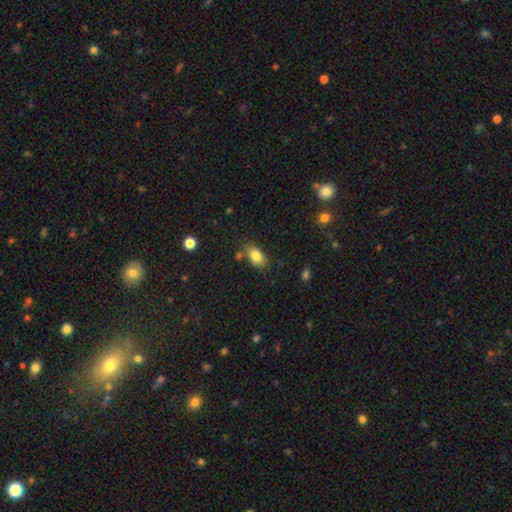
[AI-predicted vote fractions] A smooth galaxy with no disk features (82%) that is in between round and cigar-shaped (87%). Merging: none (72%).